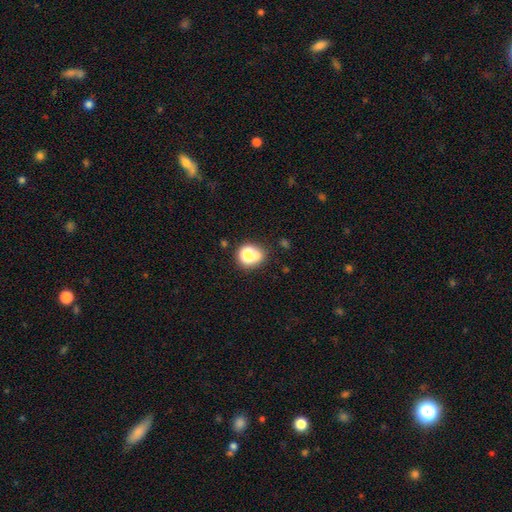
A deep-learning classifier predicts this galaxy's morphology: smooth-or-featured: smooth: 70% | star or artifact: 19% | featured or disk: 11%
  how-rounded: round: 76% | in between: 23% | cigar-shaped: 1%
  merging: none: 61% | merger: 17% | minor disturbance: 15% | major disturbance: 7%